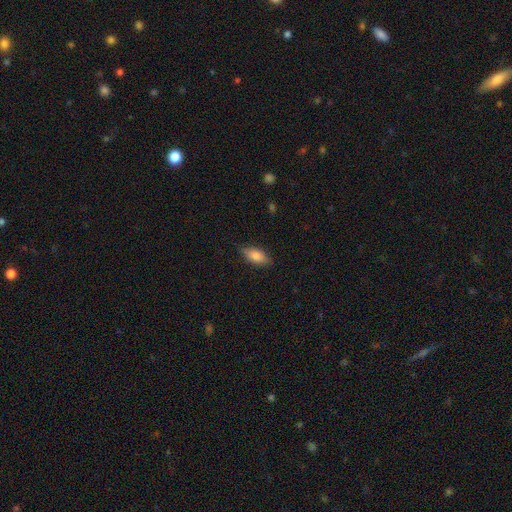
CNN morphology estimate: smooth_or_featured: smooth (p=0.77) [alt: featured or disk p=0.16]
how_rounded: in between (p=0.83) [alt: cigar-shaped p=0.14]
merging: none (p=0.80) [alt: minor disturbance p=0.16]